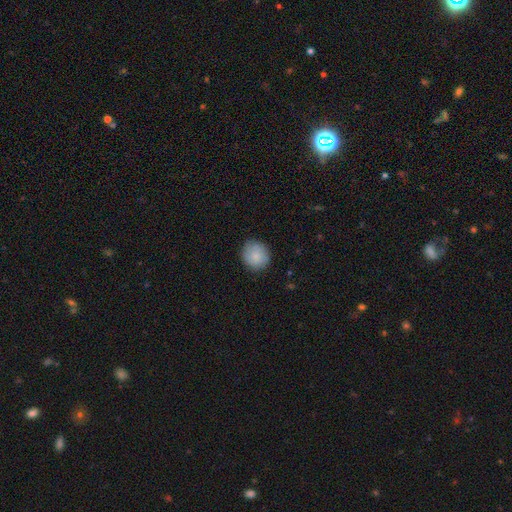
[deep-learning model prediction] This is clearly a smooth galaxy (84%). How rounded: clearly round (87%). Merging: clearly none (84%).